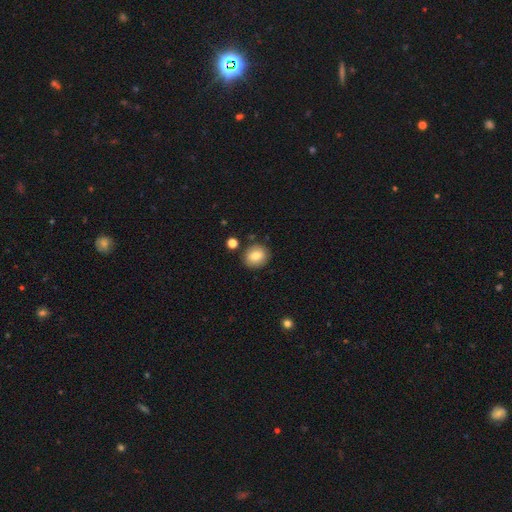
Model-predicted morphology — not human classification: Q: Smooth or featured?
A: smooth (80%); runner-up: featured or disk (11%)
Q: How rounded?
A: round (81%); runner-up: in between (18%)
Q: Merging?
A: none (86%); runner-up: minor disturbance (8%)